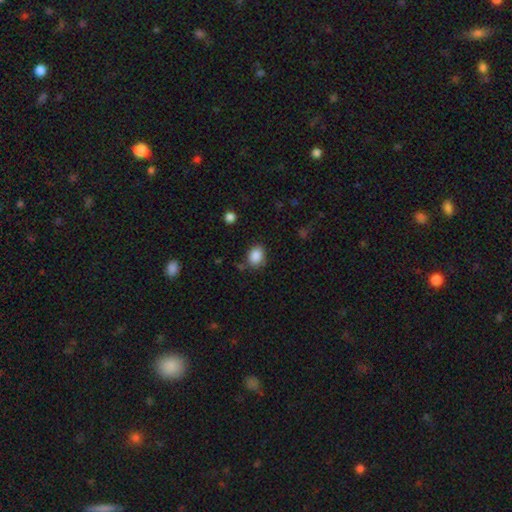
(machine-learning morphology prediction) Smooth or featured? Predicted: smooth (p=0.87). How rounded? Predicted: round (p=0.51). Merging? Predicted: none (p=0.76).